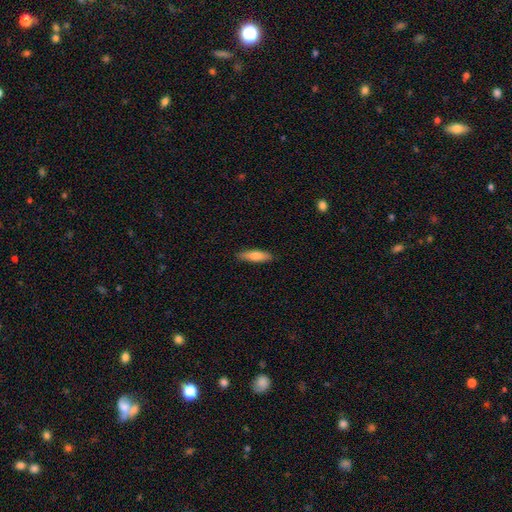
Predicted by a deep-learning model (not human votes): A smooth galaxy with no disk features (78%) that is cigar-shaped (59%). Merging: none (86%).